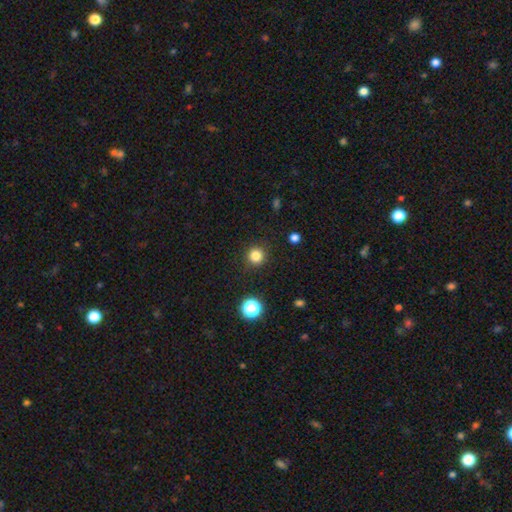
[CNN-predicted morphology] This appears to be a smooth galaxy with no disk features (83%) that is round (95%). Merging: none (91%).